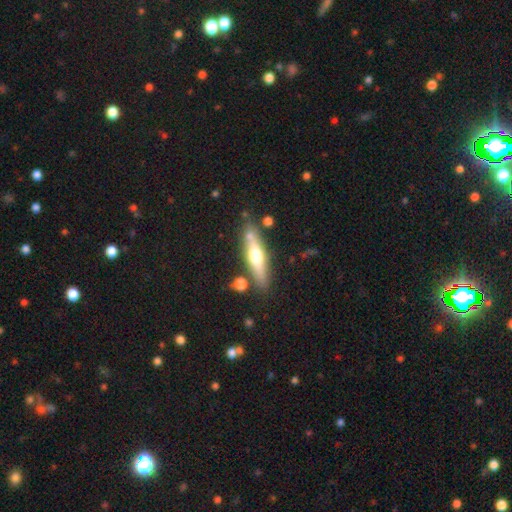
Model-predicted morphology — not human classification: A featured or disk galaxy (53%) viewed edge-on (88%).

Vote fractions:
- Smooth or featured? featured or disk: 53% / smooth: 41% / star or artifact: 6%
- Edge-on disk? yes: 88% / no: 12%
- Merging? none: 78% / minor disturbance: 12% / merger: 7% / major disturbance: 3%